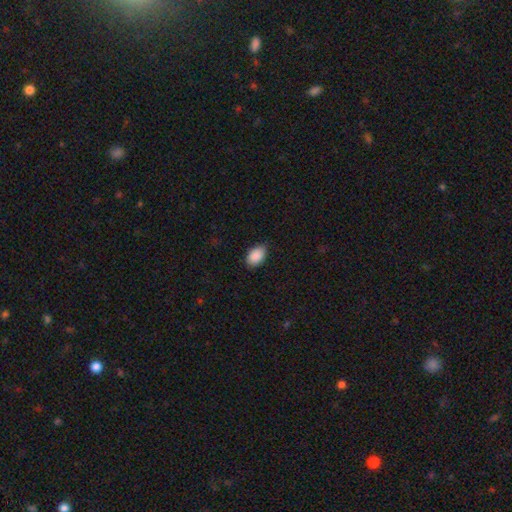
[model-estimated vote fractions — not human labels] This is clearly a smooth galaxy (90%). How rounded: clearly in between (91%). Merging: clearly none (80%).